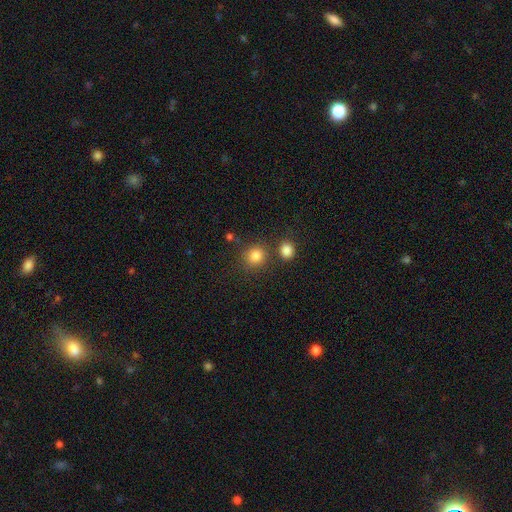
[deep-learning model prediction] smooth_or_featured: smooth (p=0.83) [alt: star or artifact p=0.12]
how_rounded: round (p=0.86) [alt: in between p=0.13]
merging: none (p=0.75) [alt: merger p=0.12]